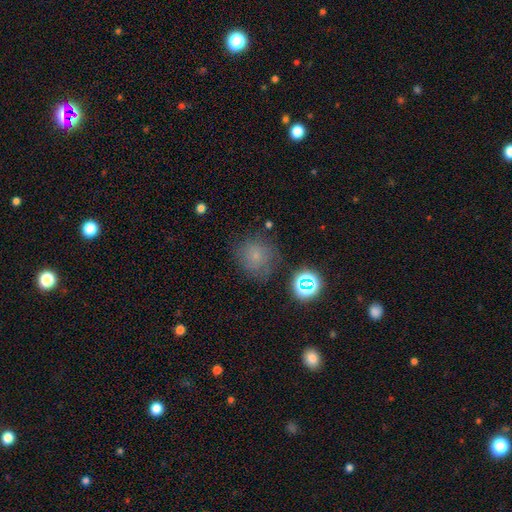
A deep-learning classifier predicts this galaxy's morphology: type=smooth (64%); roundness=round (88%); merging=none (71%).